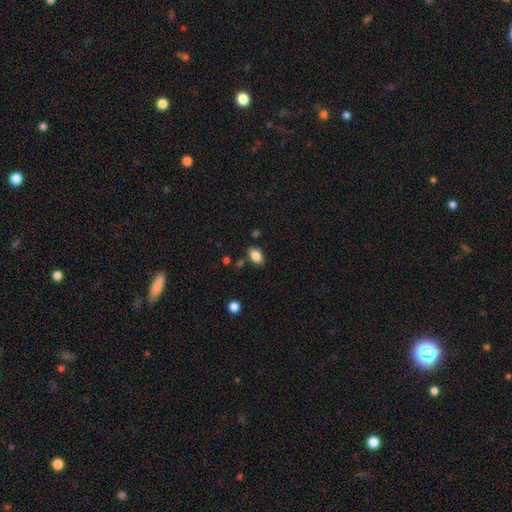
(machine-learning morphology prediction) Smooth or featured?
  - smooth: 84% *
  - star or artifact: 9%
  - featured or disk: 7%
How rounded?
  - in between: 88% *
  - round: 11%
  - cigar-shaped: 2%
Merging?
  - none: 80% *
  - minor disturbance: 13%
  - merger: 4%
  - major disturbance: 3%